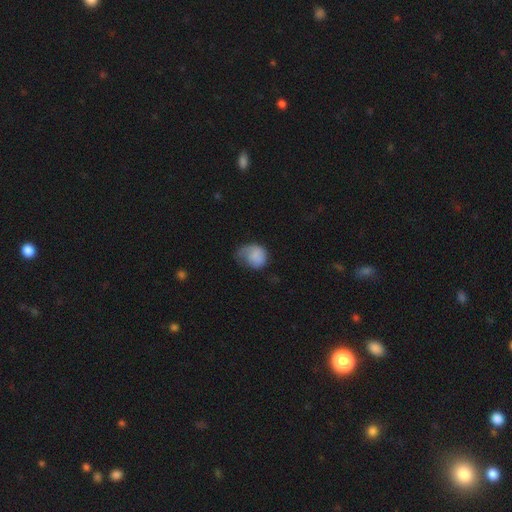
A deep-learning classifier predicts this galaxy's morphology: smooth 73%, featured or disk 20%, star or artifact 7%. Down the decision tree: how rounded — round (52%); merging — major disturbance (36%).